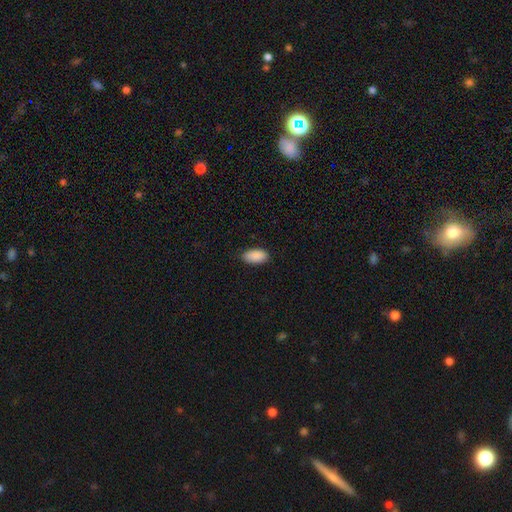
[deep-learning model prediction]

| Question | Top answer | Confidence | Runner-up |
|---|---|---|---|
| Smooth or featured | smooth | 90% | star or artifact (6%) |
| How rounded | in between | 95% | cigar-shaped (3%) |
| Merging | none | 85% | minor disturbance (12%) |